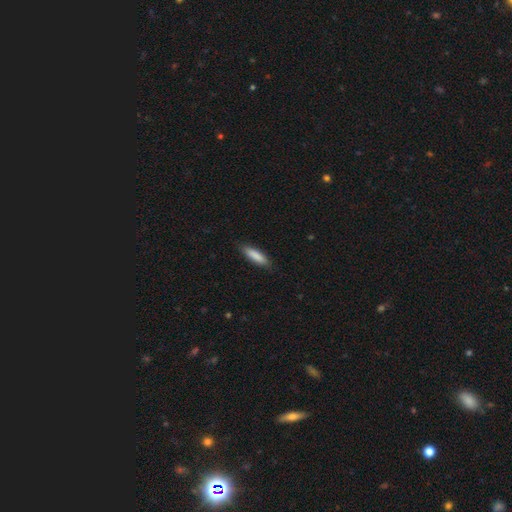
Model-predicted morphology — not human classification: Overall: smooth (86%). How rounded: cigar-shaped (68%; in between 30%). Merging: none (87%).